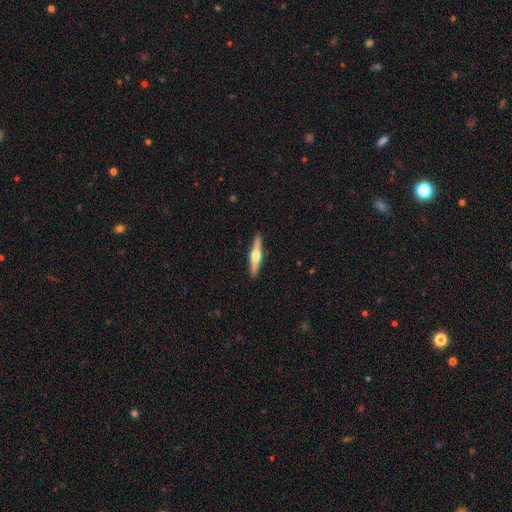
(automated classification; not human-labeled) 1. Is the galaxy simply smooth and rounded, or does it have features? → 64% featured or disk, 31% smooth, 5% star or artifact.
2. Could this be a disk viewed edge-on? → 97% yes, 3% no.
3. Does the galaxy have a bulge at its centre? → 94% rounded, 3% boxy, 2% none.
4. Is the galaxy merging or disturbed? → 91% none, 6% minor disturbance, 1% major disturbance, 1% merger.